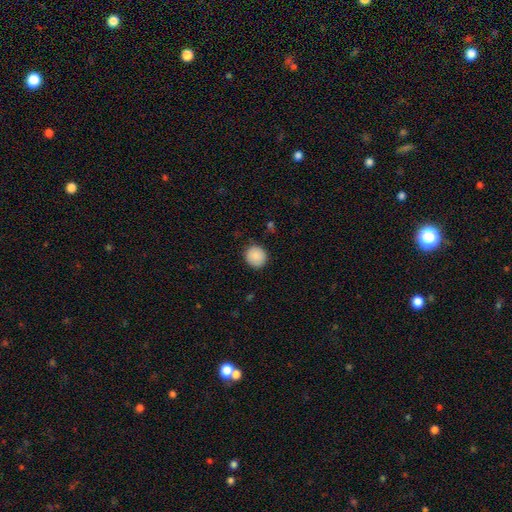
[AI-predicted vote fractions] smooth-or-featured: smooth: 88% | star or artifact: 8% | featured or disk: 4%
  how-rounded: round: 86% | in between: 13% | cigar-shaped: 1%
  merging: none: 87% | minor disturbance: 9% | major disturbance: 2% | merger: 1%